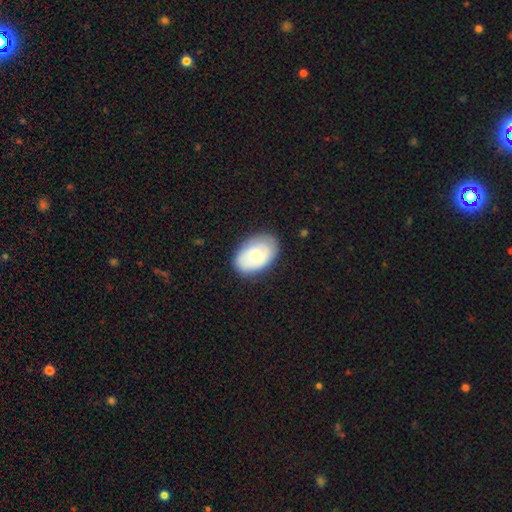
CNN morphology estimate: Q: Smooth or featured?
A: smooth (65%); runner-up: featured or disk (29%)
Q: How rounded?
A: in between (88%); runner-up: round (10%)
Q: Merging?
A: none (80%); runner-up: minor disturbance (15%)